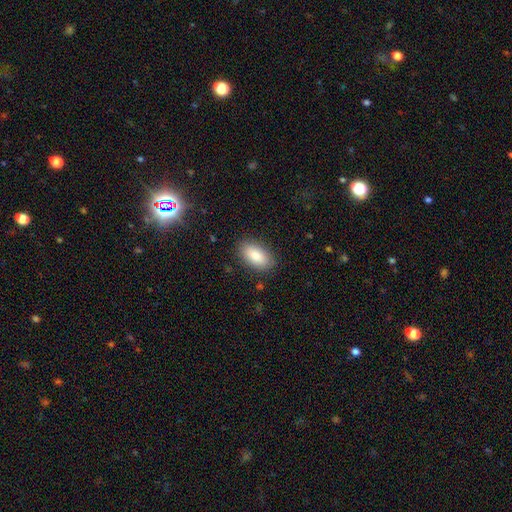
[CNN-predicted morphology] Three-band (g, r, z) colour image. It shows a smooth galaxy with no disk features (87%) that is in between round and cigar-shaped (93%). Merging: none (85%).